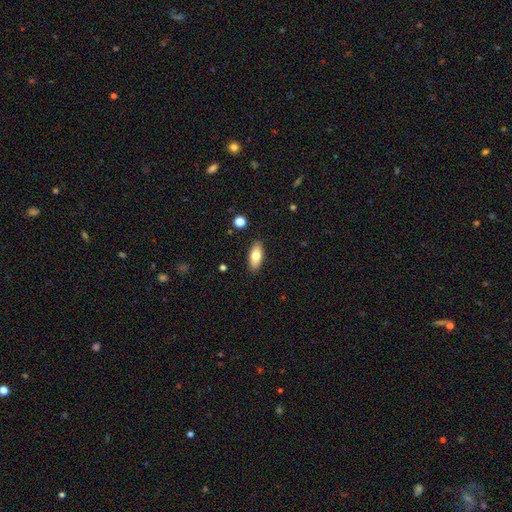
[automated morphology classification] Smooth or featured? Predicted: smooth (p=0.75). How rounded? Predicted: in between (p=0.82). Merging? Predicted: none (p=0.89).